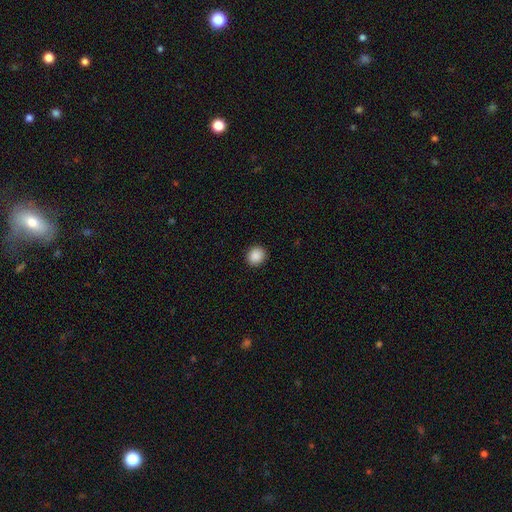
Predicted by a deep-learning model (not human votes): A smooth galaxy with no disk features (89%) that is round (83%).

Vote fractions:
- Smooth or featured? smooth: 89% / star or artifact: 9% / featured or disk: 3%
- How rounded? round: 83% / in between: 16% / cigar-shaped: 1%
- Merging? none: 92% / minor disturbance: 6% / major disturbance: 2% / merger: 1%